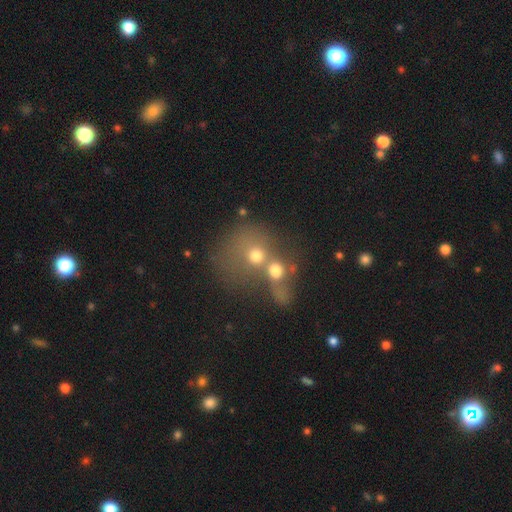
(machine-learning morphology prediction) type=smooth (62%); roundness=round (71%); merging=merger (70%).